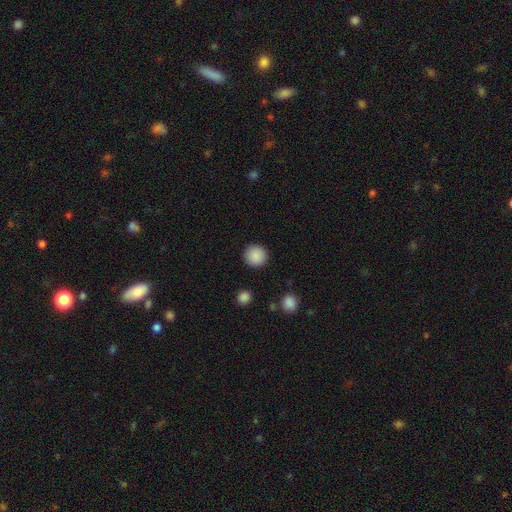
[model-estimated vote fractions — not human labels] Smooth or featured: smooth — 89% (star or artifact — 8%)
How rounded: round — 95% (in between — 4%)
Merging: none — 92% (minor disturbance — 5%)